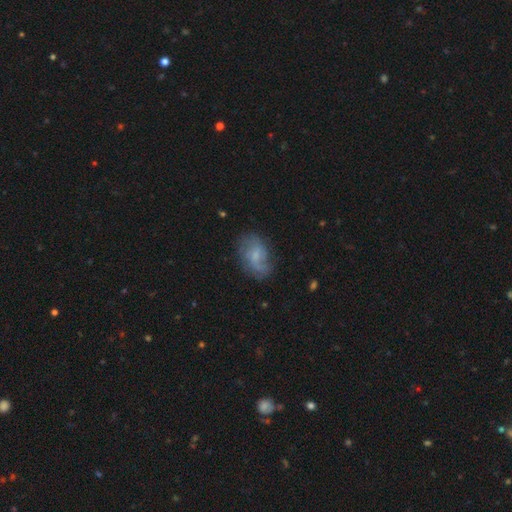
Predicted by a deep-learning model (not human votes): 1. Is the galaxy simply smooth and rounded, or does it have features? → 51% featured or disk, 40% smooth, 9% star or artifact.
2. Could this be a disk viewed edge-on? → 96% no, 4% yes.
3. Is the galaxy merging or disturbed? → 64% none, 23% minor disturbance, 11% major disturbance, 2% merger.